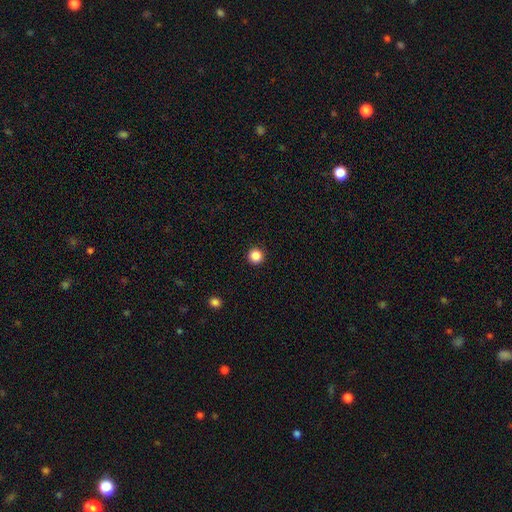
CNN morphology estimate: Overall: smooth (87%). How rounded: round (96%). Merging: none (93%).